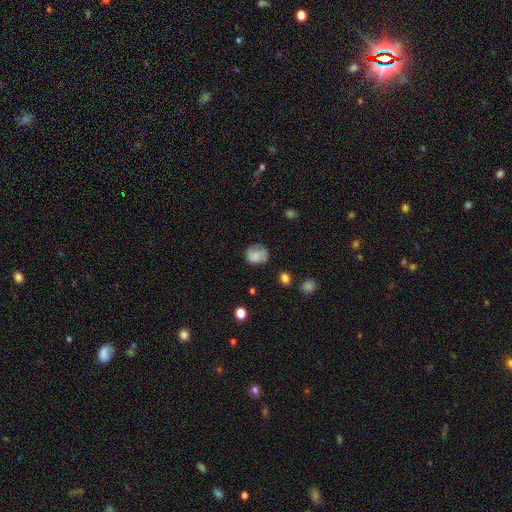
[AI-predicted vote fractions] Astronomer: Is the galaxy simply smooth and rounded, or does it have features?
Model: smooth — 71%.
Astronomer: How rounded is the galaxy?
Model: round — 66%.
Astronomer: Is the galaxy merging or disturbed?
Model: none — 56%.